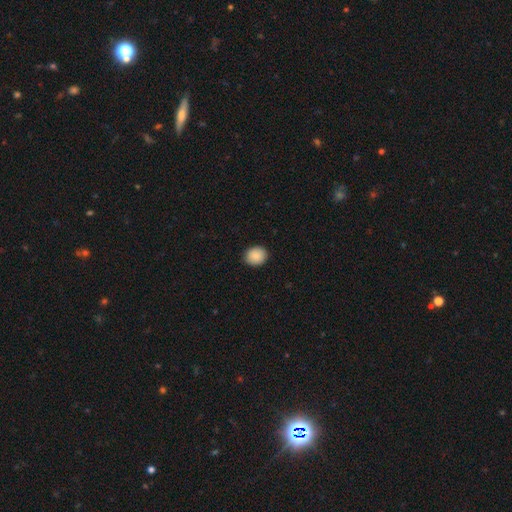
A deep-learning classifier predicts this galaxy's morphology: Smooth or featured: smooth — 90% (star or artifact — 8%)
How rounded: round — 64% (in between — 35%)
Merging: none — 90% (minor disturbance — 7%)